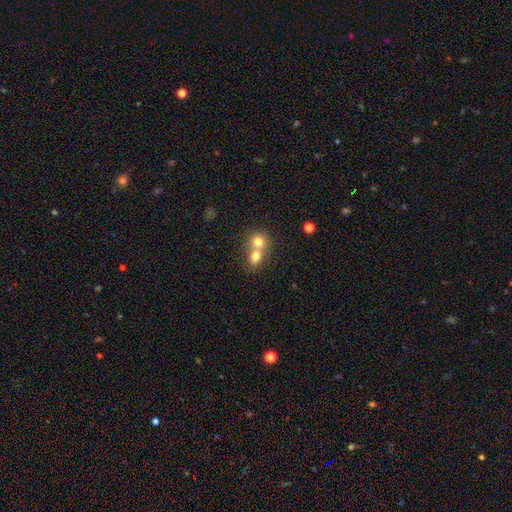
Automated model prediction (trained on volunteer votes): A smooth galaxy with no disk features (66%) that is round (72%). Merging: merger (63%).